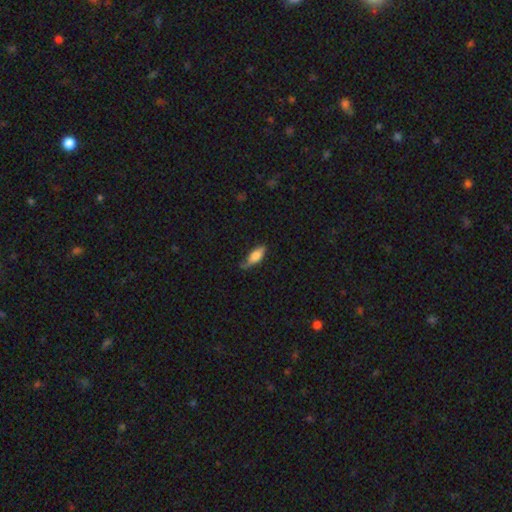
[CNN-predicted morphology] Smooth or featured: smooth — 76% (featured or disk — 18%)
How rounded: in between — 72% (cigar-shaped — 26%)
Merging: none — 54% (minor disturbance — 35%)